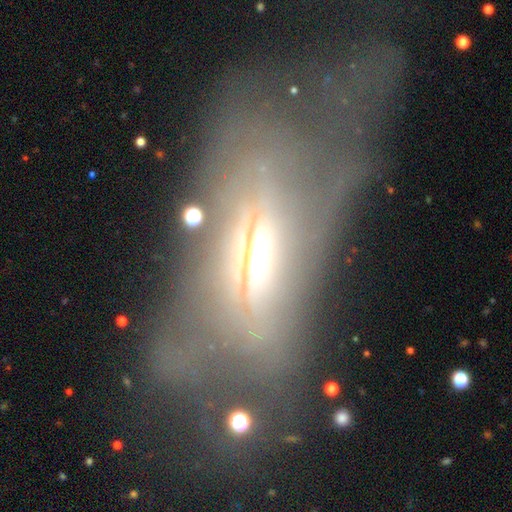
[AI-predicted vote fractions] Smooth or featured: featured or disk — 70% (smooth — 20%)
Edge-on disk: yes — 59% (no — 41%)
Merging: major disturbance — 42% (none — 34%)